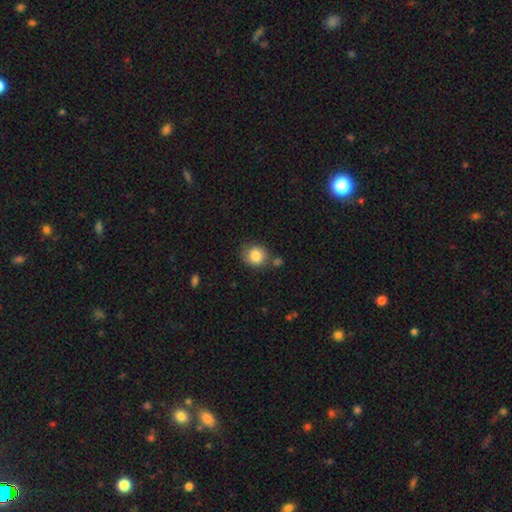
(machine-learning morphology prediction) A smooth galaxy with no disk features (84%) that is round (85%).

Vote fractions:
- Smooth or featured? smooth: 84% / star or artifact: 9% / featured or disk: 8%
- How rounded? round: 85% / in between: 14% / cigar-shaped: 1%
- Merging? none: 70% / minor disturbance: 15% / merger: 10% / major disturbance: 4%